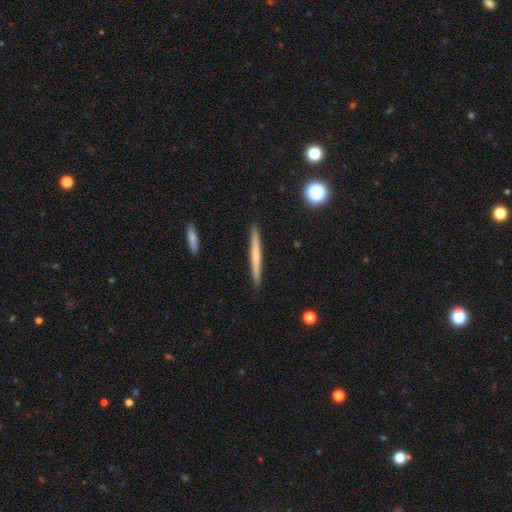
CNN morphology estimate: Smooth or featured? Predicted: smooth (p=0.52). How rounded? Predicted: cigar-shaped (p=0.97). Merging? Predicted: none (p=0.92).